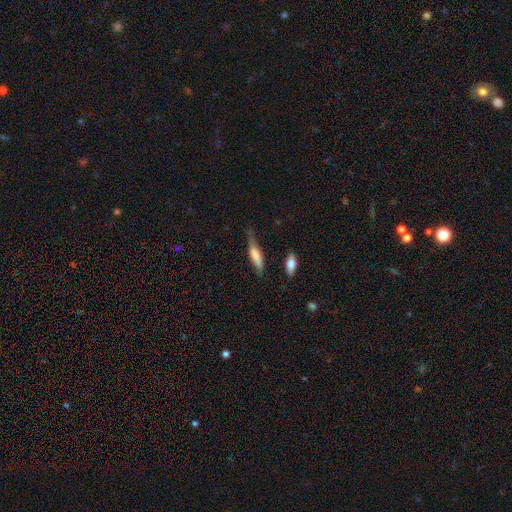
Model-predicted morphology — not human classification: Smooth or featured? smooth (69%)
How rounded? cigar-shaped (66%)
Merging? none (52%)